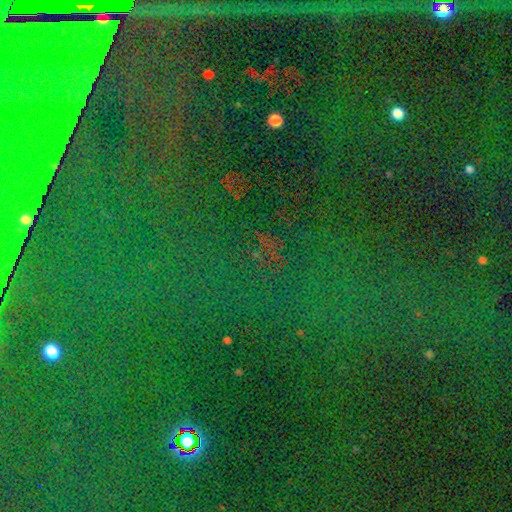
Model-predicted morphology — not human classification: Smooth or featured? Predicted: star or artifact (p=0.81).